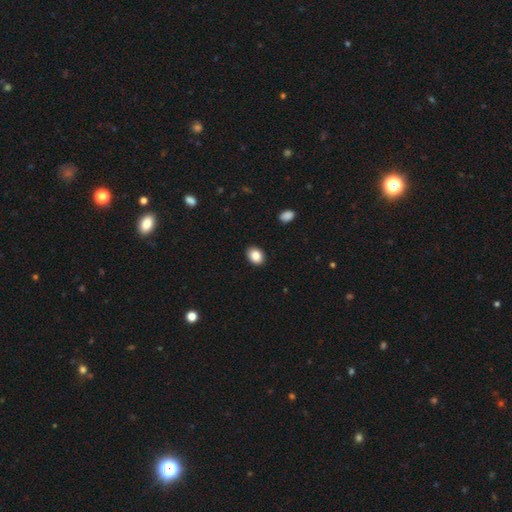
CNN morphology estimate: This is clearly a smooth galaxy (87%). How rounded: likely in between (67%). Merging: clearly none (90%).